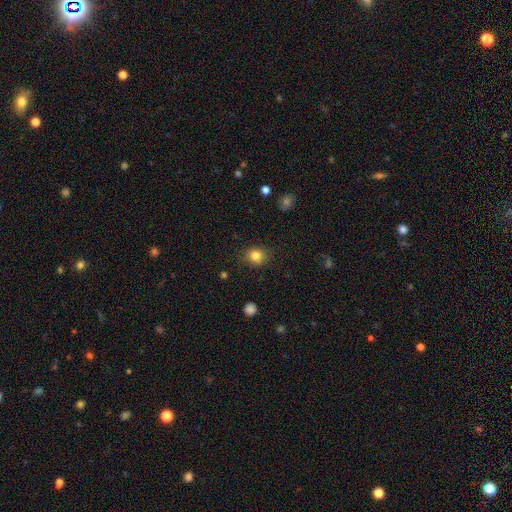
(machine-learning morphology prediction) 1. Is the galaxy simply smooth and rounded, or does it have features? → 83% smooth, 11% star or artifact, 6% featured or disk.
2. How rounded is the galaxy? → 75% round, 24% in between, 1% cigar-shaped.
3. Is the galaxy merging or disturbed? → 86% none, 10% minor disturbance, 3% major disturbance, 1% merger.